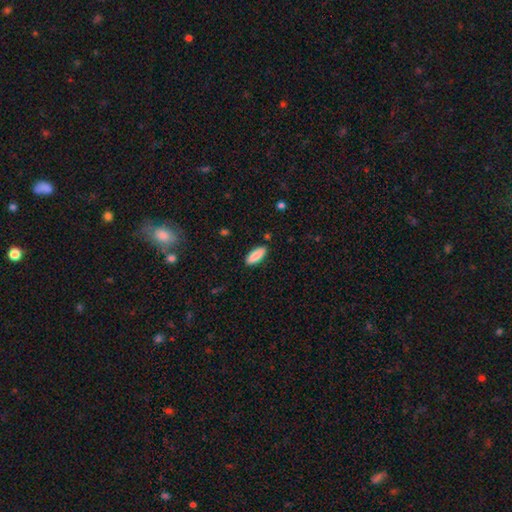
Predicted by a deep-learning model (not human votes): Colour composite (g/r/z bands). It shows a smooth galaxy with no disk features (87%) that is in between round and cigar-shaped (70%). Merging: none (87%).